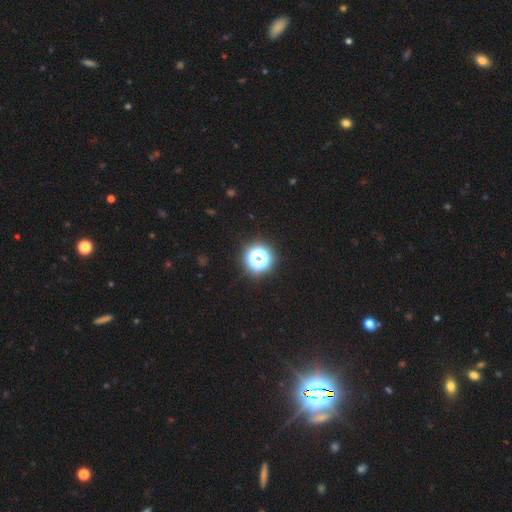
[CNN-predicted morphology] The model was most divided on "smooth or featured": star or artifact: 58%, smooth: 32%, featured or disk: 10%.